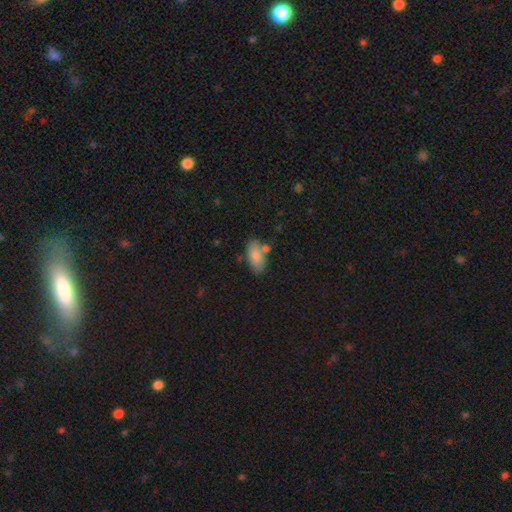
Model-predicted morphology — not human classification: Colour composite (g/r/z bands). It shows a smooth galaxy with no disk features (84%) that is in between round and cigar-shaped (90%). Merging: none (66%).